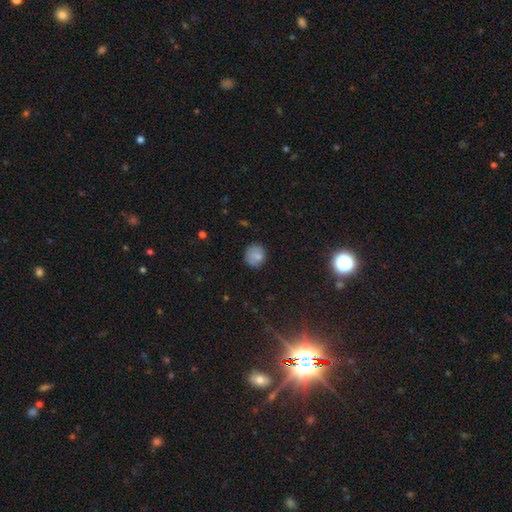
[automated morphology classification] This appears to be a smooth galaxy with no disk features (80%) that is round (81%). Merging: none (75%).